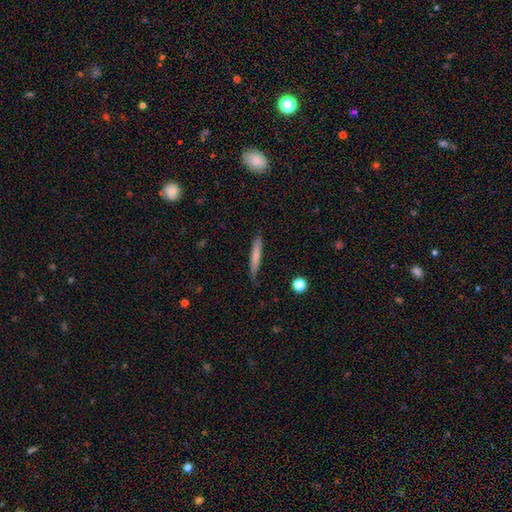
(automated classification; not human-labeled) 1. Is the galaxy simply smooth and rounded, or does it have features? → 70% smooth, 23% featured or disk, 7% star or artifact.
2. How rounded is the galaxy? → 94% cigar-shaped, 5% in between, 1% round.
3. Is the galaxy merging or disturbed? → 83% none, 13% minor disturbance, 2% major disturbance, 1% merger.